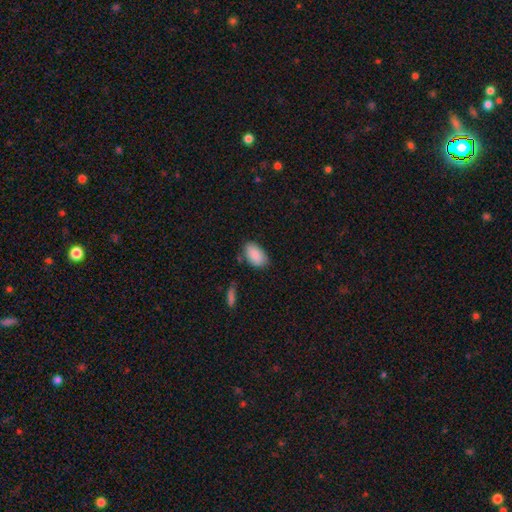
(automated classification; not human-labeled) Q: Smooth or featured?
A: smooth (89%); runner-up: star or artifact (6%)
Q: How rounded?
A: in between (93%); runner-up: round (6%)
Q: Merging?
A: none (72%); runner-up: minor disturbance (20%)